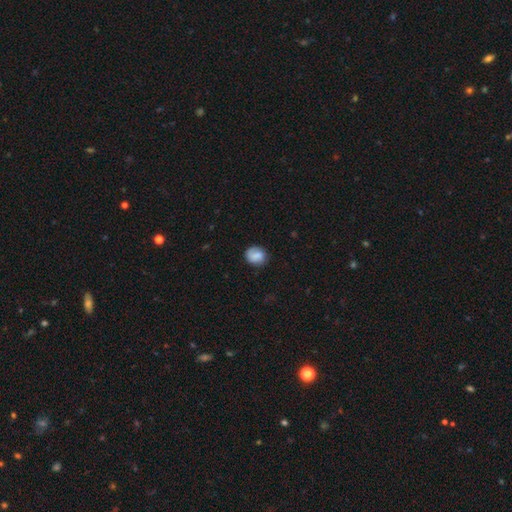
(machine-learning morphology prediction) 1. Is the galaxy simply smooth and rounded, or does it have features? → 71% smooth, 21% featured or disk, 8% star or artifact.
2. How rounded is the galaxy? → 72% round, 27% in between, 1% cigar-shaped.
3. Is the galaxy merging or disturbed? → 73% none, 19% minor disturbance, 6% major disturbance, 2% merger.